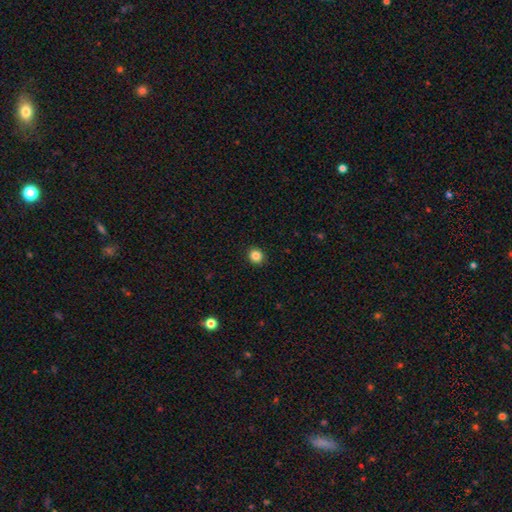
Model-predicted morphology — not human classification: Q: Smooth or featured?
A: smooth (85%); runner-up: star or artifact (11%)
Q: How rounded?
A: round (86%); runner-up: in between (13%)
Q: Merging?
A: none (93%); runner-up: minor disturbance (5%)